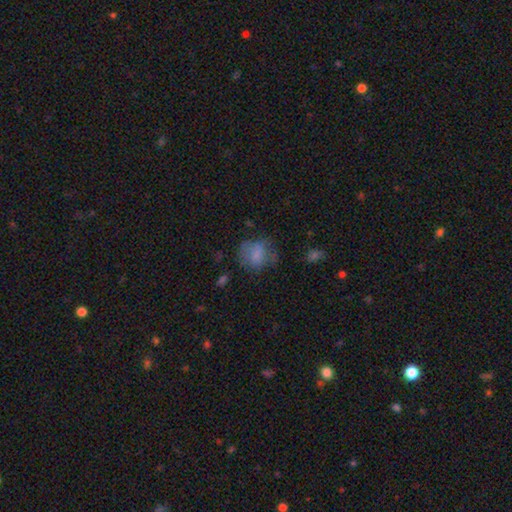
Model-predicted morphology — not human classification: Smooth or featured? Predicted: smooth (p=0.68). How rounded? Predicted: round (p=0.63). Merging? Predicted: none (p=0.54).